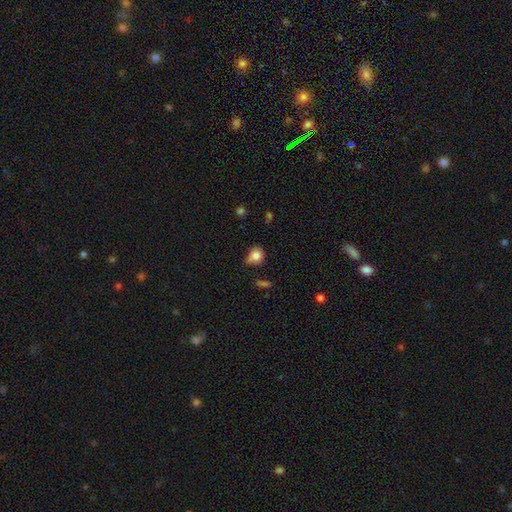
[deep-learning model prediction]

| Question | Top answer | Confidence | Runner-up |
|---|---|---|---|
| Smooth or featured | smooth | 81% | star or artifact (10%) |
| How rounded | round | 76% | in between (23%) |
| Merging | none | 54% | minor disturbance (34%) |